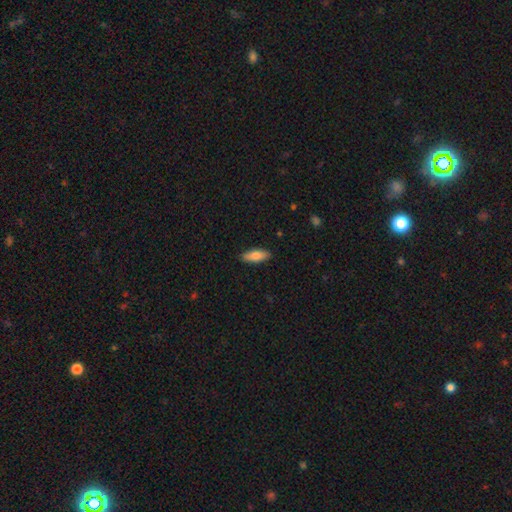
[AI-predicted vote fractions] Smooth or featured? smooth (76%)
How rounded? in between (68%)
Merging? none (90%)